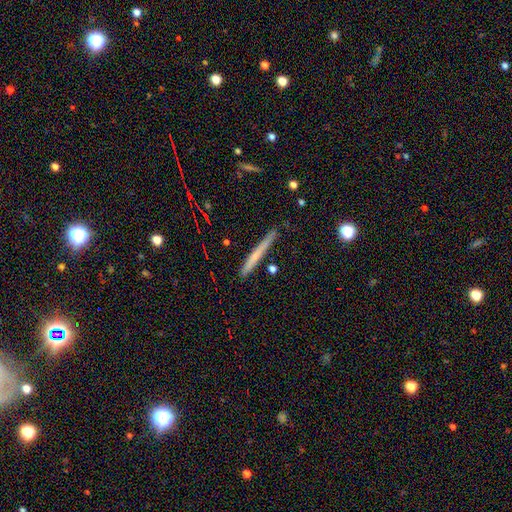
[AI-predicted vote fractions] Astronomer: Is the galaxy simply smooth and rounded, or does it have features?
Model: smooth — 58% (runner-up: featured or disk, 35%).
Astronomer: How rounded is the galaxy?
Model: cigar-shaped — 97%.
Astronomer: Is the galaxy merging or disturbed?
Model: none — 85%.